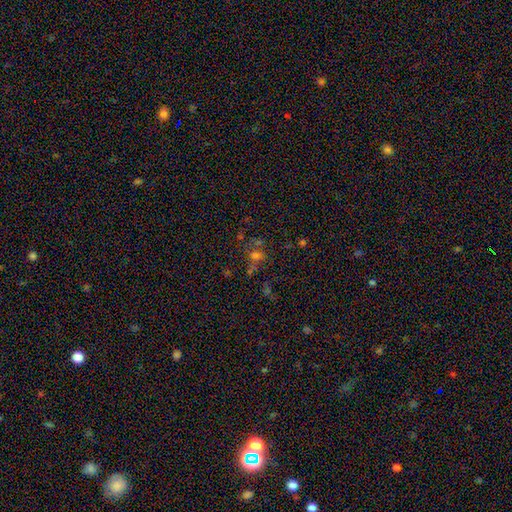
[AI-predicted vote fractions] Q: Smooth or featured?
A: smooth (50%); runner-up: star or artifact (35%)
Q: Merging?
A: none (49%); runner-up: merger (28%)